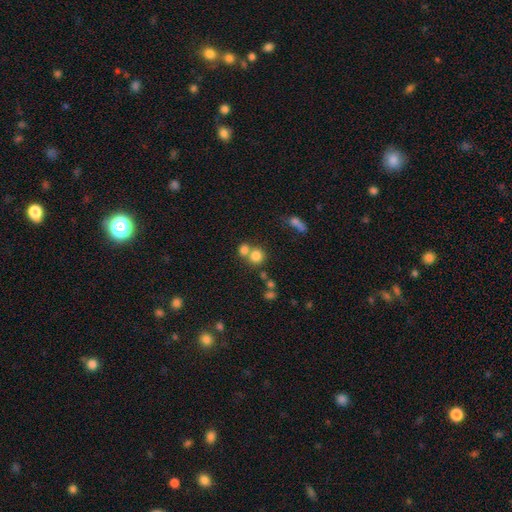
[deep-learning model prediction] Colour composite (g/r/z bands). It shows a smooth galaxy with no disk features (78%) that is round (81%). Merging: none (46%).